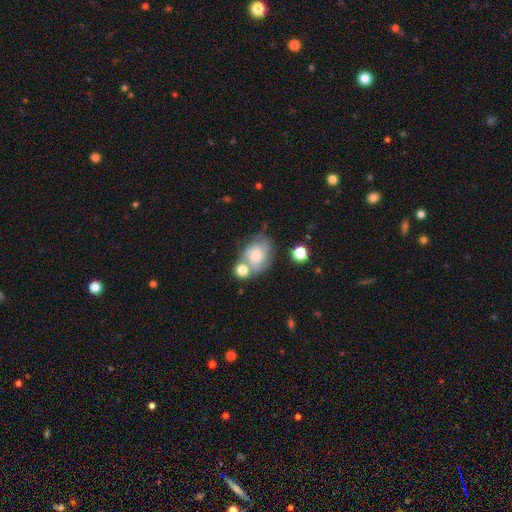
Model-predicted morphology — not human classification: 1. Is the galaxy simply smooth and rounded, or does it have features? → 47% featured or disk, 43% smooth, 10% star or artifact.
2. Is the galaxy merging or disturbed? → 44% none, 25% merger, 21% minor disturbance, 10% major disturbance.